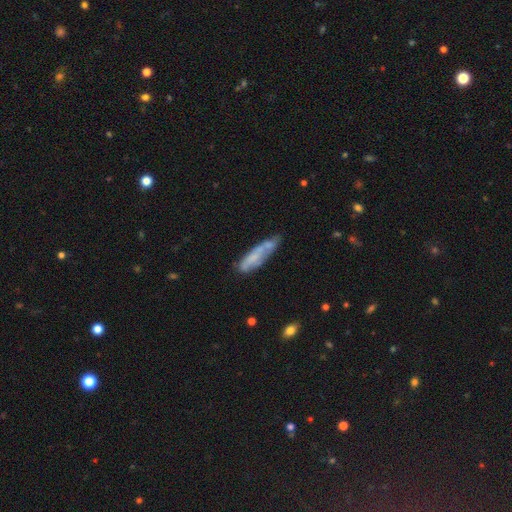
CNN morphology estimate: This appears to be a smooth galaxy with no disk features (52%) that is cigar-shaped (74%). Merging: none (53%).